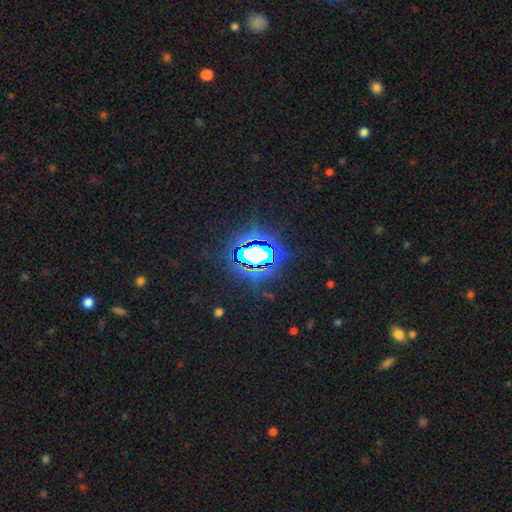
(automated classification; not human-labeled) Smooth or featured? Predicted: star or artifact (p=0.72).